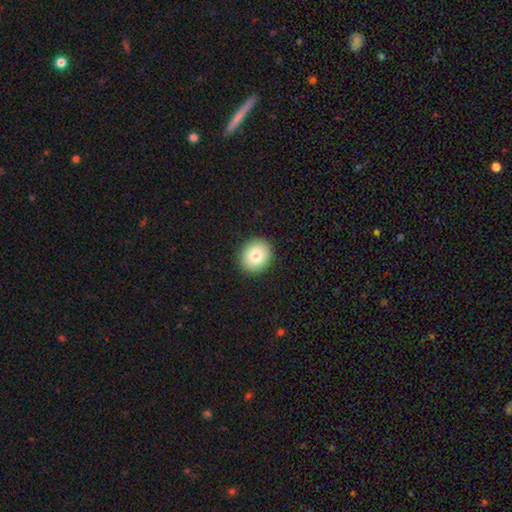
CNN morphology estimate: Q: Smooth or featured?
A: smooth (81%); runner-up: featured or disk (10%)
Q: How rounded?
A: round (76%); runner-up: in between (24%)
Q: Merging?
A: none (92%); runner-up: minor disturbance (6%)